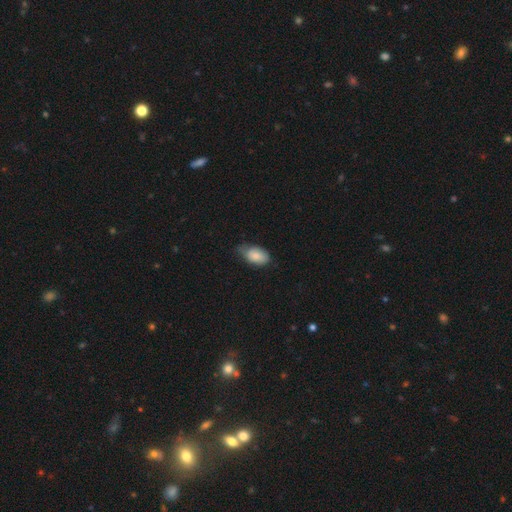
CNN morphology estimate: The model was most divided on "merging": none: 49%, minor disturbance: 41%, major disturbance: 9%, merger: 2%. More confident: how rounded — in between (92%); smooth or featured — smooth (84%).